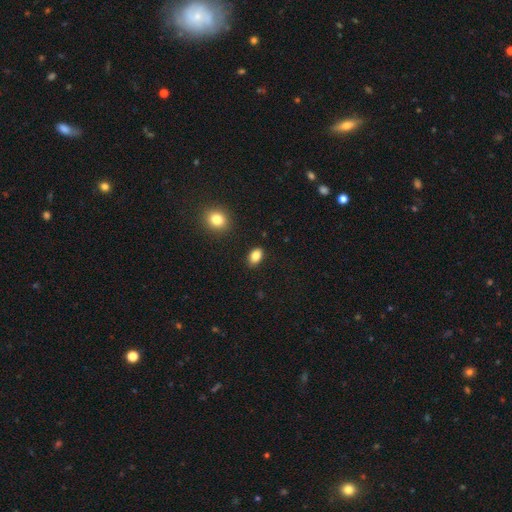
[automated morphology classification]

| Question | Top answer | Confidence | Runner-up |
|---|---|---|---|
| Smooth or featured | smooth | 84% | star or artifact (9%) |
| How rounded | in between | 87% | round (12%) |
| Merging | none | 87% | minor disturbance (9%) |